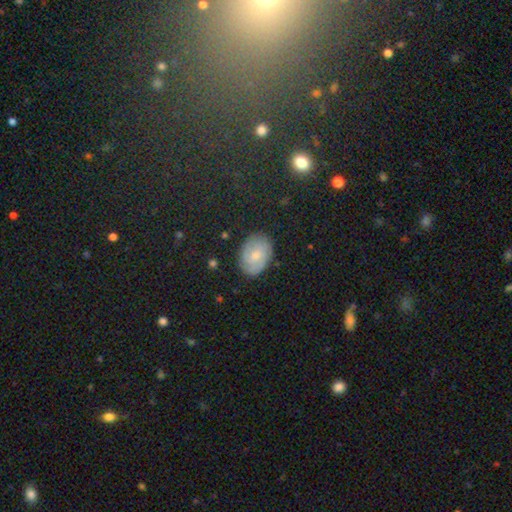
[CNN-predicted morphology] Overall: featured or disk (46%; smooth 43%). Merging: none (82%).